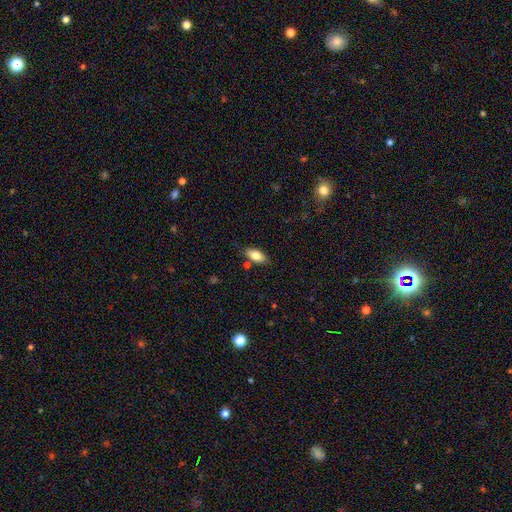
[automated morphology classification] type=smooth (79%); roundness=in between (89%); merging=none (79%).